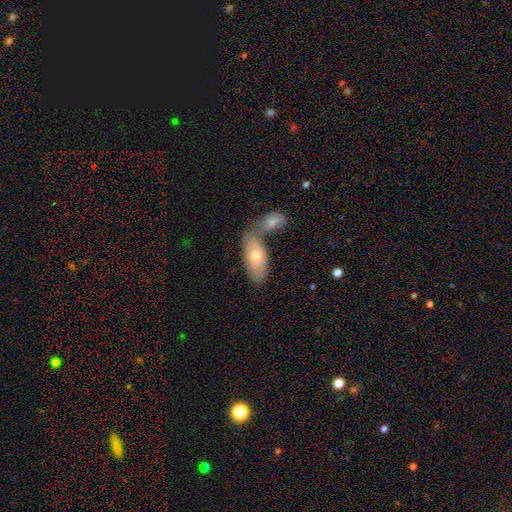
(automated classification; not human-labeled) smooth 67%, featured or disk 27%, star or artifact 6%. Down the decision tree: how rounded — in between (88%); merging — merger (45%).